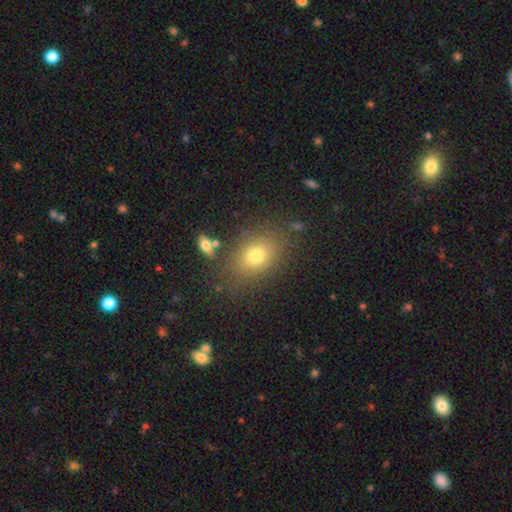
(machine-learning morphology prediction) This appears to be a smooth galaxy with no disk features (75%) that is in between round and cigar-shaped (72%). Merging: none (79%).